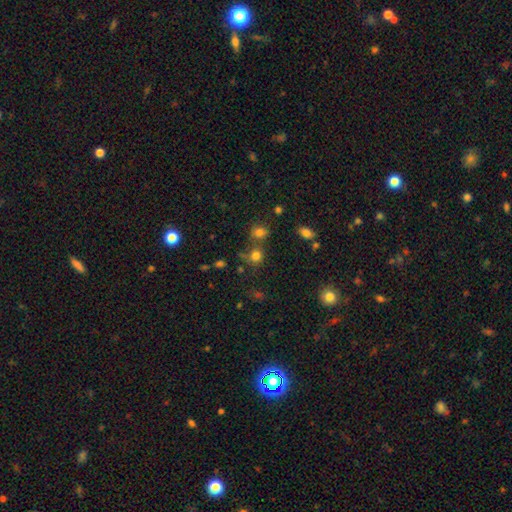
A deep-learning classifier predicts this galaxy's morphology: This is likely a smooth galaxy (76%). How rounded: clearly round (83%). Merging: likely none (62%).